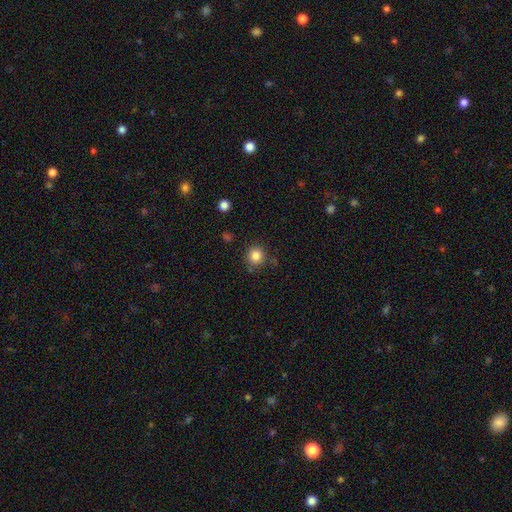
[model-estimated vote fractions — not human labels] A smooth galaxy with no disk features (84%) that is round (93%). Merging: none (83%).